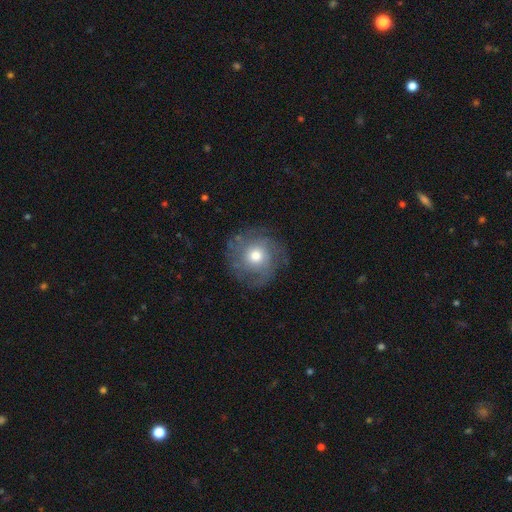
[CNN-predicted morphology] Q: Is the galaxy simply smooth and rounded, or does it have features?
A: featured or disk — 57%.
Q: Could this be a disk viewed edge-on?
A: no — 97%.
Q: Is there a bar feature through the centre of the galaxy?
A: no — 83%.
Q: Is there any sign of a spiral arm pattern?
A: yes — 77%.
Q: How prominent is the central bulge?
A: moderate — 69%.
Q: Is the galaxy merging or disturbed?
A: none — 76%.